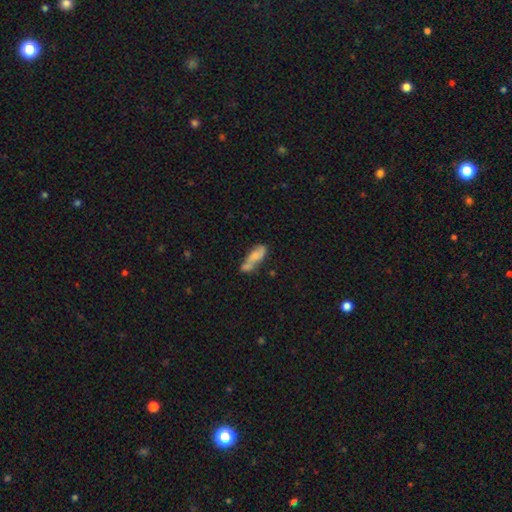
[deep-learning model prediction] Q: Smooth or featured?
A: smooth (66%); runner-up: featured or disk (27%)
Q: How rounded?
A: in between (59%); runner-up: cigar-shaped (38%)
Q: Merging?
A: none (37%); runner-up: merger (33%)